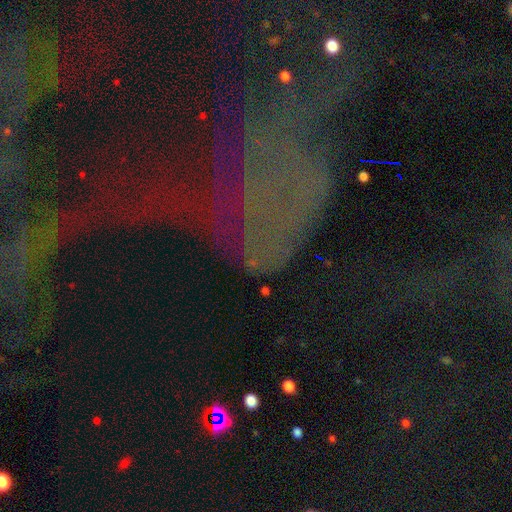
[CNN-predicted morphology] smooth_or_featured: star or artifact (p=0.58) [alt: featured or disk p=0.25]